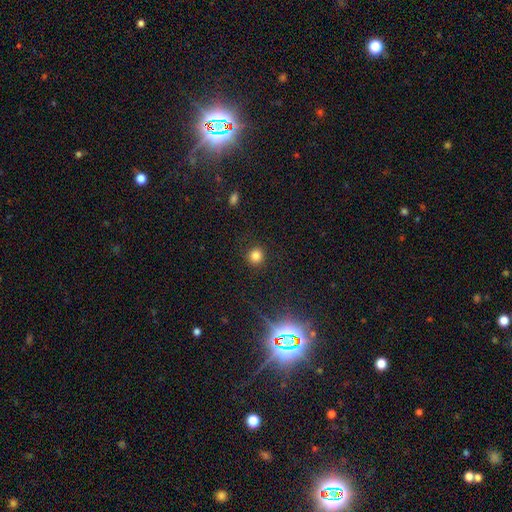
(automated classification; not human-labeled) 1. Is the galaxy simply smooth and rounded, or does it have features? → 80% smooth, 15% star or artifact, 5% featured or disk.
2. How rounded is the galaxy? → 90% round, 9% in between, 1% cigar-shaped.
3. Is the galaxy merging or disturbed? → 90% none, 6% minor disturbance, 3% major disturbance, 1% merger.